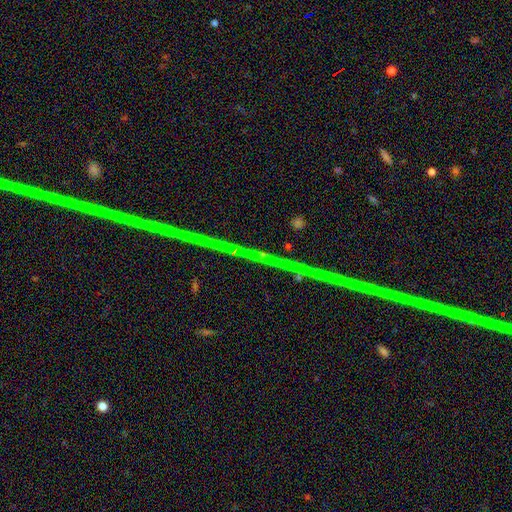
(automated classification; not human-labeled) A star or artifact, not a galaxy (62%).